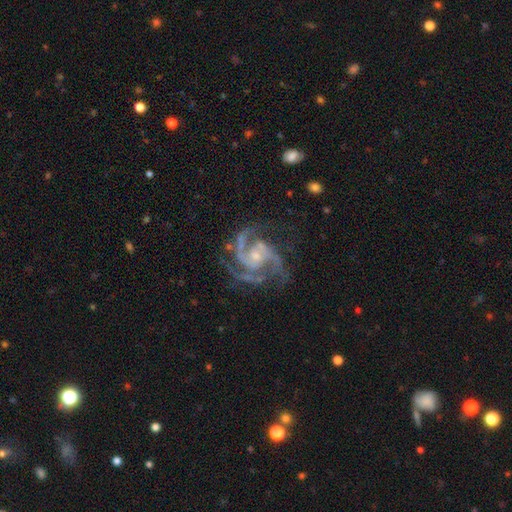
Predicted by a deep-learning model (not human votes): Overall: featured or disk (93%). Edge-on disk: no (98%). Bar: no (59%; weak 31%). Spiral arms: yes (98%). Spiral arm count: 3 (49%; 2 27%). Spiral winding: medium (55%; tight 37%). Bulge size: small (60%; moderate 31%). Merging: none (67%).